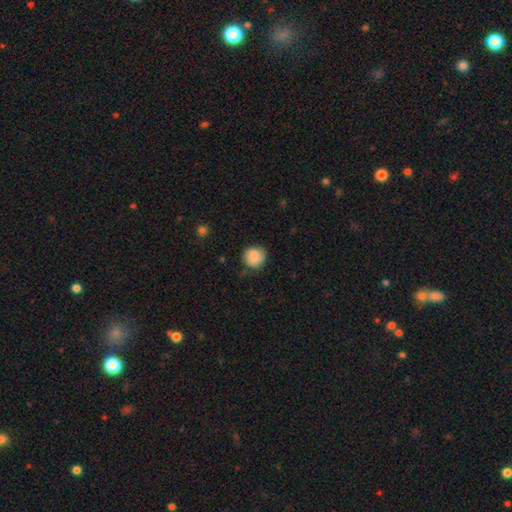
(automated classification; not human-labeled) Morphology: type=smooth (79%); roundness=round (86%); merging=none (76%).